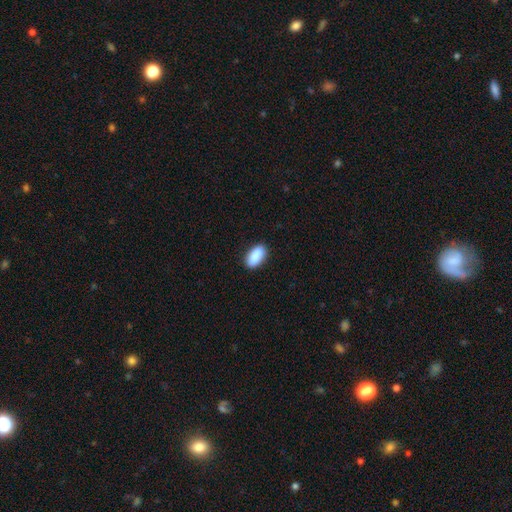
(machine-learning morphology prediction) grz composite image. It shows a smooth galaxy with no disk features (89%) that is in between round and cigar-shaped (88%). Merging: none (86%).